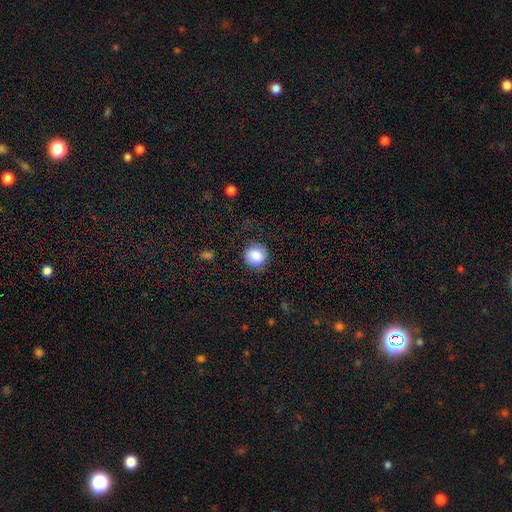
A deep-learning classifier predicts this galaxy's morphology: Smooth or featured? Predicted: smooth (p=0.86). How rounded? Predicted: round (p=0.90). Merging? Predicted: none (p=0.84).